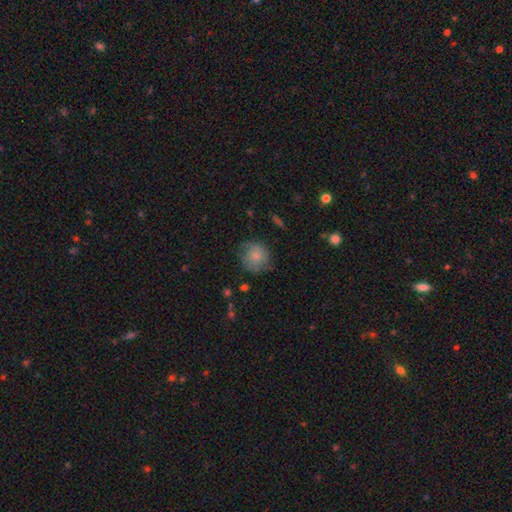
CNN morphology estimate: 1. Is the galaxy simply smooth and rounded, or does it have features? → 74% smooth, 18% featured or disk, 8% star or artifact.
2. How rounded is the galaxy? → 88% round, 11% in between, 1% cigar-shaped.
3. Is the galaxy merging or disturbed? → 67% none, 24% minor disturbance, 8% major disturbance, 2% merger.